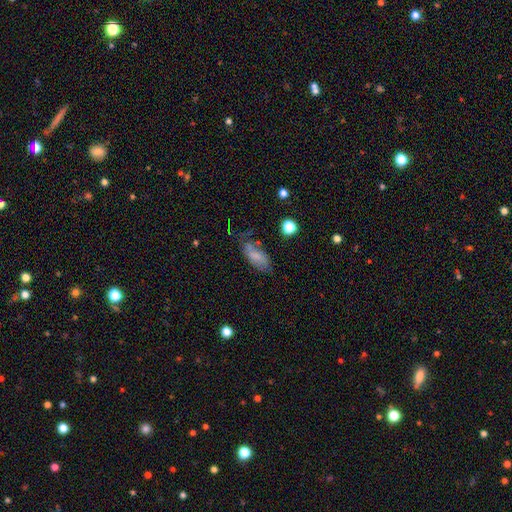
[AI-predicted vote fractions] Smooth or featured? smooth (73%)
How rounded? in between (84%)
Merging? none (45%)